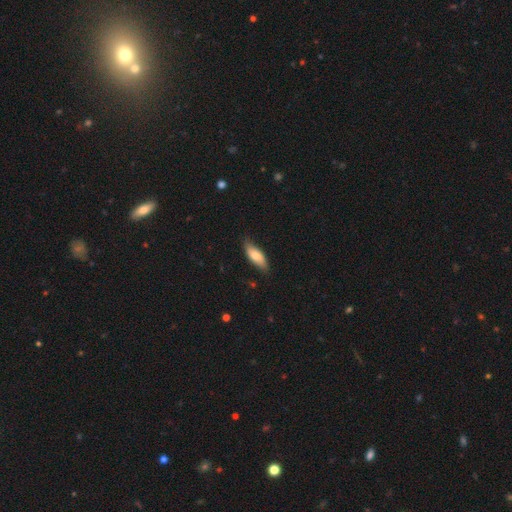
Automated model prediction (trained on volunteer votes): This appears to be a smooth galaxy with no disk features (72%) that is in between round and cigar-shaped (67%). Merging: none (77%).